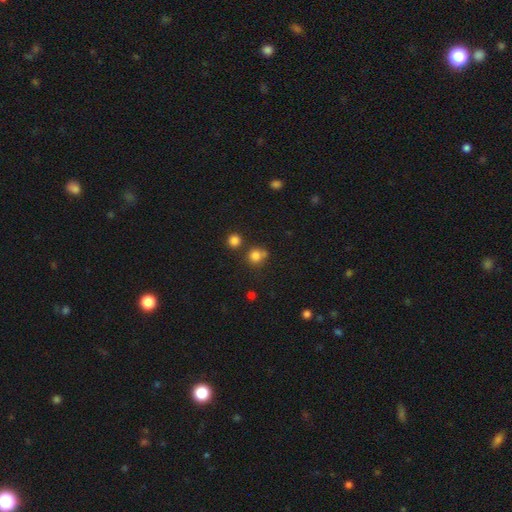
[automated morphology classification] Smooth or featured?
  - smooth: 79% *
  - star or artifact: 14%
  - featured or disk: 6%
How rounded?
  - round: 85% *
  - in between: 14%
  - cigar-shaped: 1%
Merging?
  - none: 61% *
  - merger: 19%
  - minor disturbance: 15%
  - major disturbance: 5%